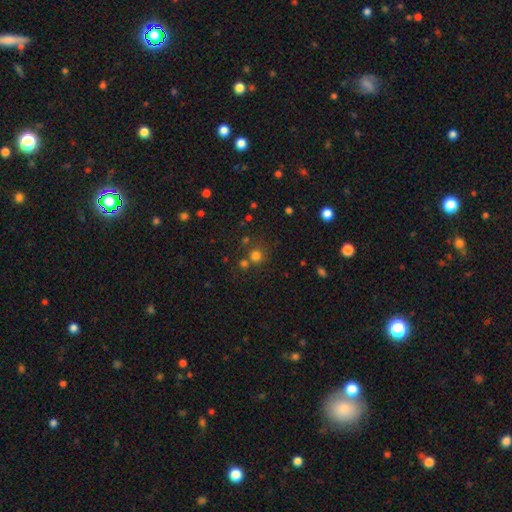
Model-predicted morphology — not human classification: A smooth galaxy with no disk features (72%) that is round (89%). Merging: none (63%).